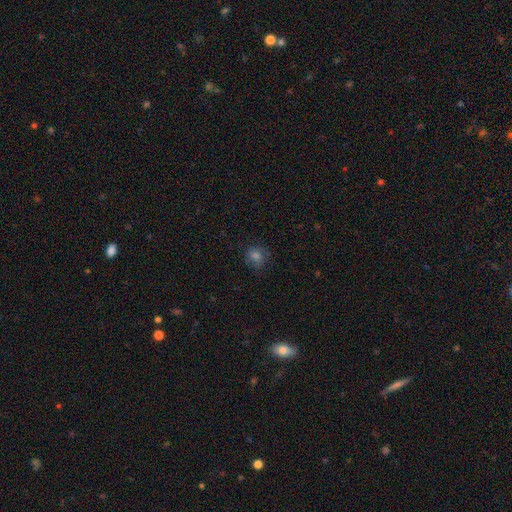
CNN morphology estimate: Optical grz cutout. It shows a smooth galaxy with no disk features (70%) that is round (81%). Merging: none (78%).